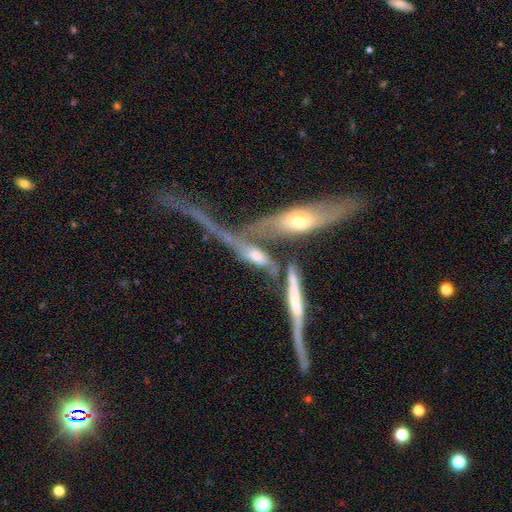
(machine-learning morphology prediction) Q: Smooth or featured?
A: featured or disk (50%); runner-up: smooth (37%)
Q: Edge-on disk?
A: yes (63%); runner-up: no (37%)
Q: Merging?
A: merger (46%); runner-up: none (28%)